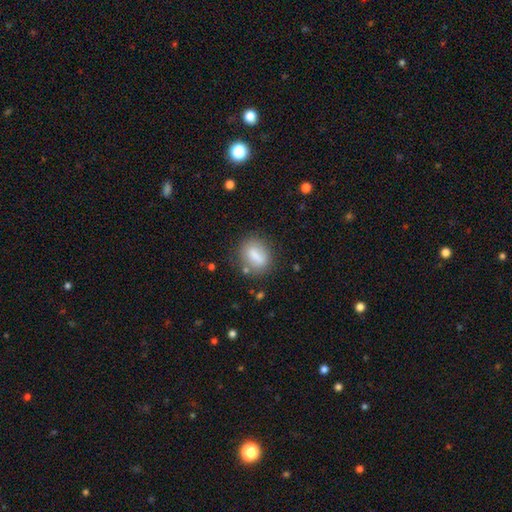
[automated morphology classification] This appears to be a smooth galaxy with no disk features (74%) that is in between round and cigar-shaped (60%). Merging: none (70%).